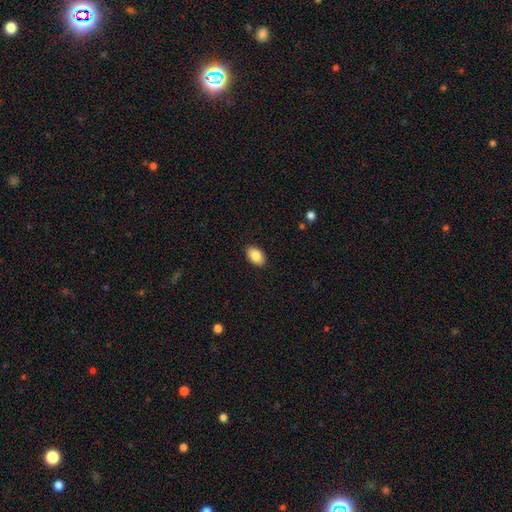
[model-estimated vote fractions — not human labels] Q: Smooth or featured?
A: smooth (86%); runner-up: star or artifact (7%)
Q: How rounded?
A: in between (89%); runner-up: round (9%)
Q: Merging?
A: none (89%); runner-up: minor disturbance (8%)